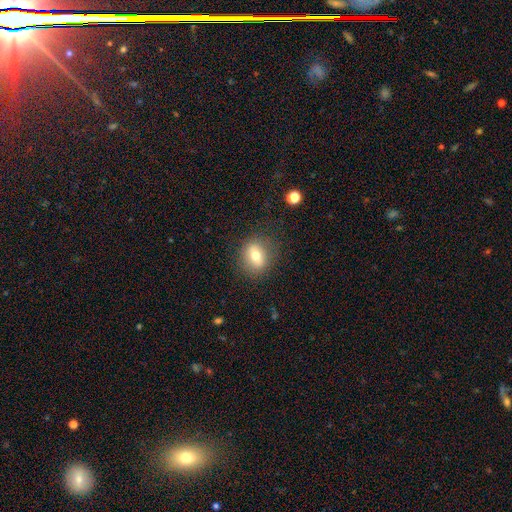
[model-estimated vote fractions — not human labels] smooth 64%, featured or disk 25%, star or artifact 10%. Down the decision tree: how rounded — round (57%); merging — none (84%).